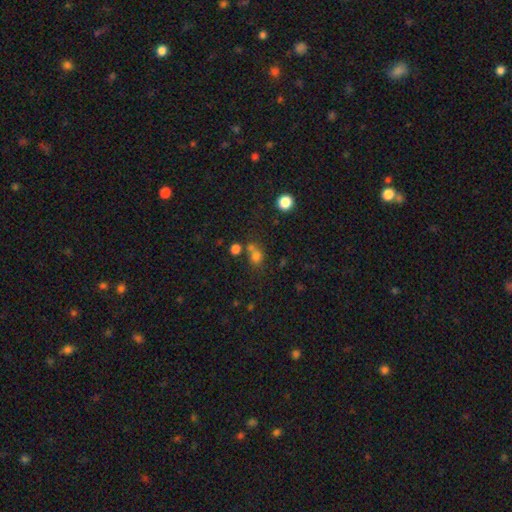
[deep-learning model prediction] This is likely a smooth galaxy (72%). How rounded: likely round (74%). Merging: possibly none (52%).